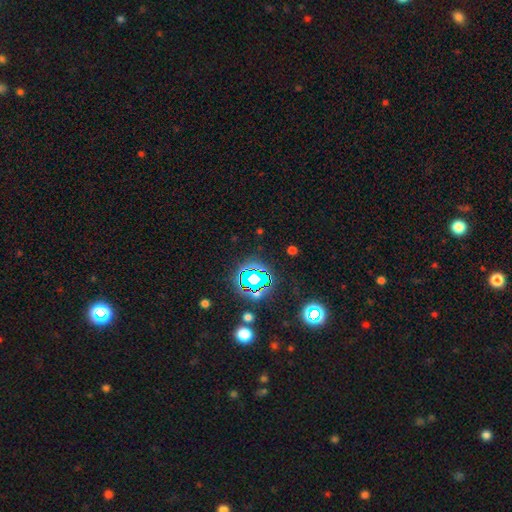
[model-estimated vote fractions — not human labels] Smooth or featured? star or artifact (79%)